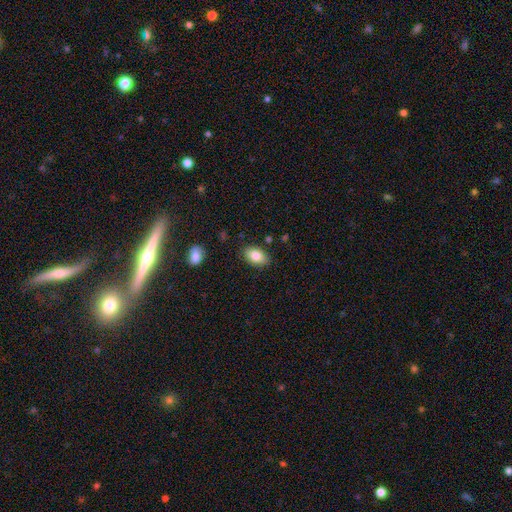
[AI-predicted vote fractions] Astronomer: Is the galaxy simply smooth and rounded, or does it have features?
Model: smooth — 83%.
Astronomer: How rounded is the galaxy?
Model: in between — 91%.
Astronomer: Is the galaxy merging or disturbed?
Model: none — 85%.